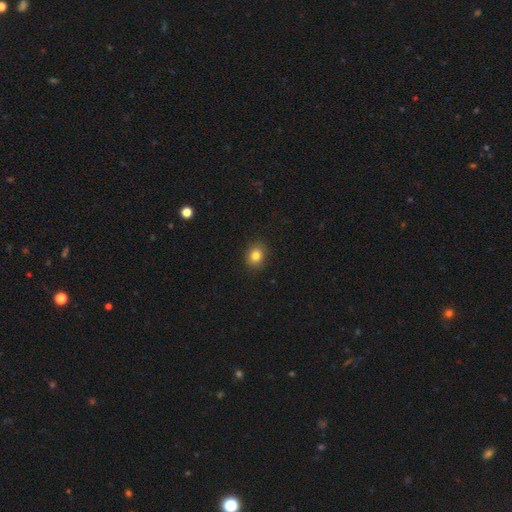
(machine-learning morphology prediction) Smooth or featured? smooth (83%)
How rounded? round (62%)
Merging? none (89%)